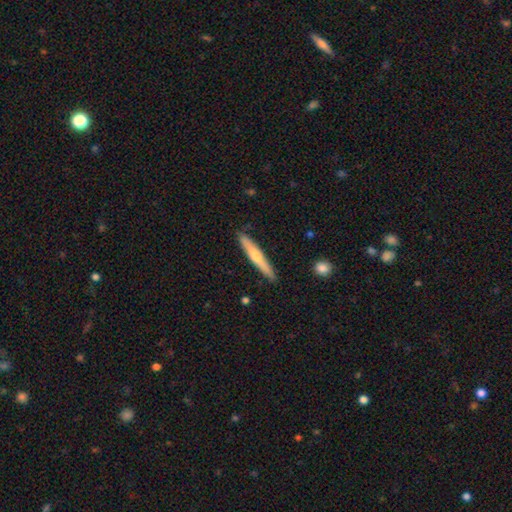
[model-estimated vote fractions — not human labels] smooth 50%, featured or disk 45%, star or artifact 5%. Down the decision tree: merging — none (89%).